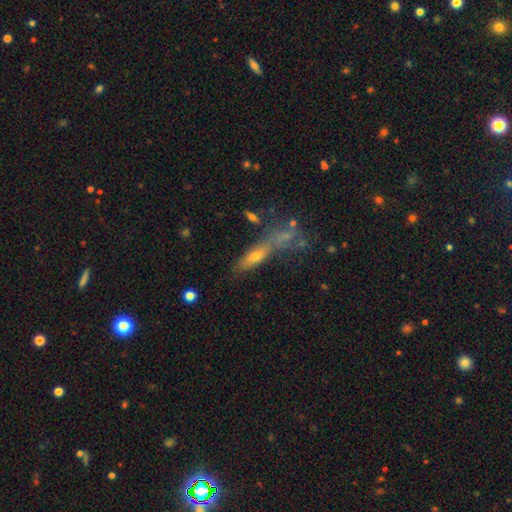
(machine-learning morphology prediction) smooth-or-featured: smooth: 50% | featured or disk: 38% | star or artifact: 12%
  merging: none: 45% | merger: 23% | minor disturbance: 18% | major disturbance: 14%